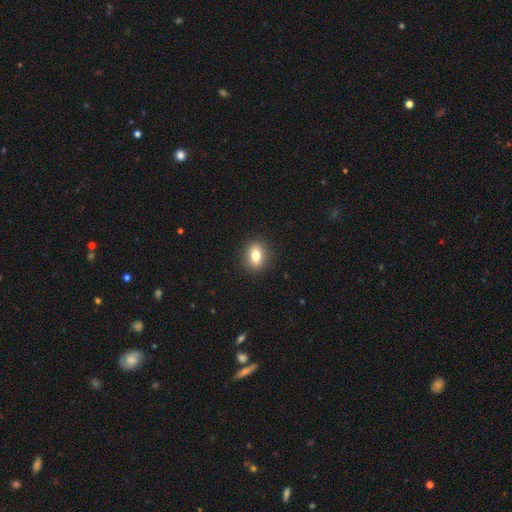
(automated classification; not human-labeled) A smooth galaxy with no disk features (79%) that is in between round and cigar-shaped (67%).

Vote fractions:
- Smooth or featured? smooth: 79% / featured or disk: 12% / star or artifact: 9%
- How rounded? in between: 67% / round: 31% / cigar-shaped: 3%
- Merging? none: 90% / minor disturbance: 7% / major disturbance: 2% / merger: 1%